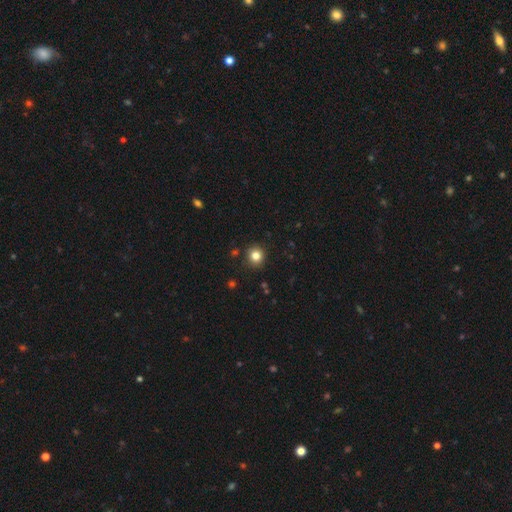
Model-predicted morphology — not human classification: This is clearly a smooth galaxy (83%). How rounded: clearly round (90%). Merging: clearly none (89%).